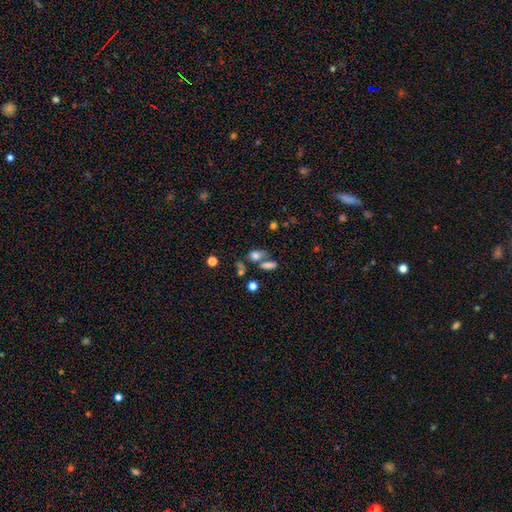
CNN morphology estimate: A smooth galaxy with no disk features (74%) that is in between round and cigar-shaped (71%). Merging: none (42%).